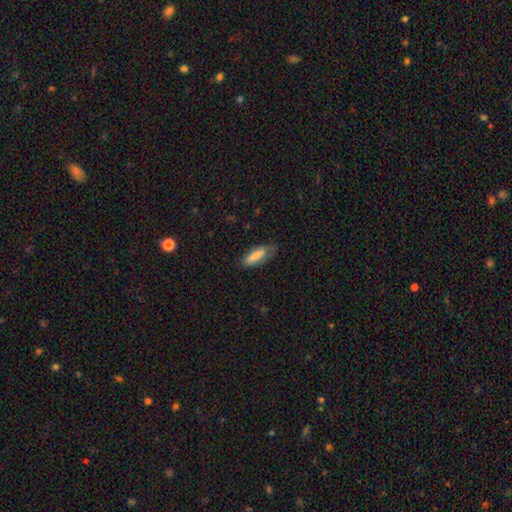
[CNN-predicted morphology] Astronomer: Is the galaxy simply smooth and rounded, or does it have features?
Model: smooth — 73%.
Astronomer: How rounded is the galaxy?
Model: in between — 56% (runner-up: cigar-shaped, 42%).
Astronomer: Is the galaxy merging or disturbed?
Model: none — 67%.